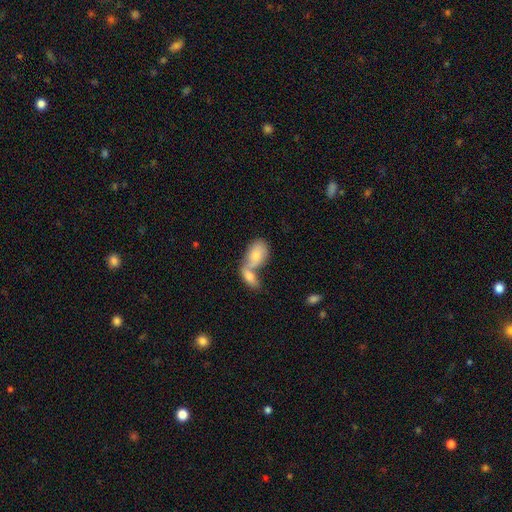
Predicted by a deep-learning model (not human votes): Overall: smooth (71%). How rounded: in between (85%). Merging: merger (67%).